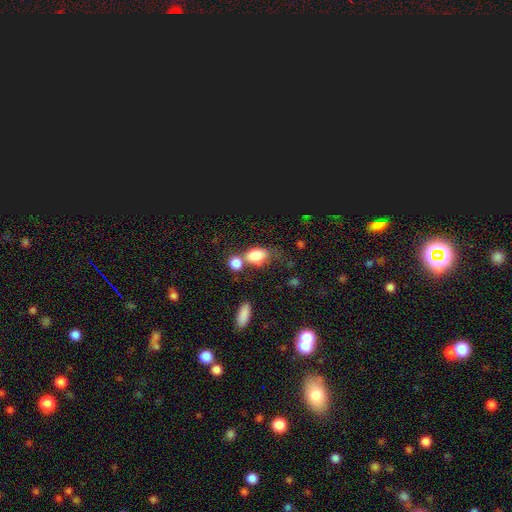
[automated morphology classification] smooth 79%, star or artifact 11%, featured or disk 11%. Down the decision tree: how rounded — in between (78%); merging — merger (45%).